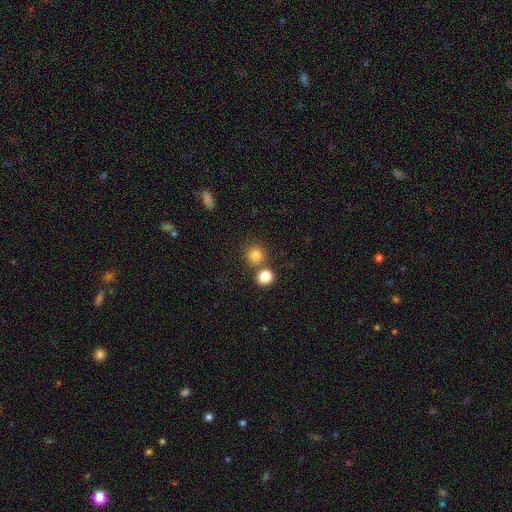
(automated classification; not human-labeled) Morphology: type=smooth (82%); roundness=round (89%); merging=none (69%).